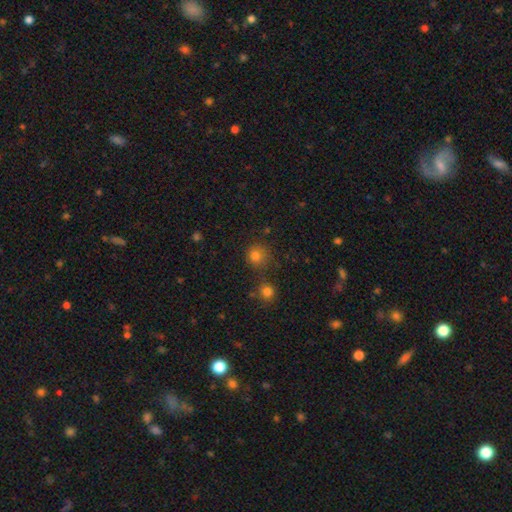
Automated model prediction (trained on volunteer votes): smooth-or-featured: smooth: 78% | star or artifact: 17% | featured or disk: 6%
  how-rounded: round: 91% | in between: 8% | cigar-shaped: 1%
  merging: none: 75% | merger: 11% | minor disturbance: 10% | major disturbance: 4%